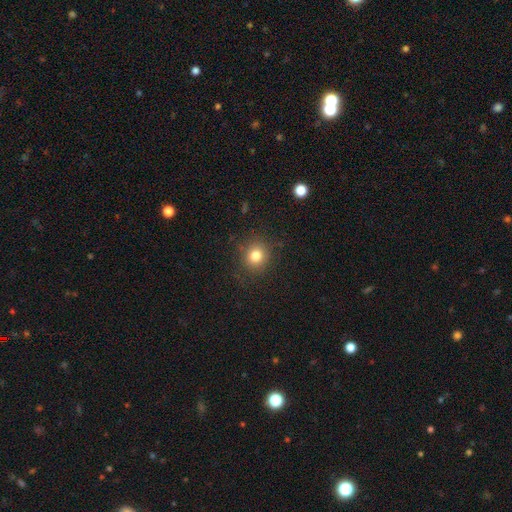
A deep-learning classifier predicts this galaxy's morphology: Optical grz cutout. It shows a smooth galaxy with no disk features (79%) that is round (87%). Merging: none (87%).